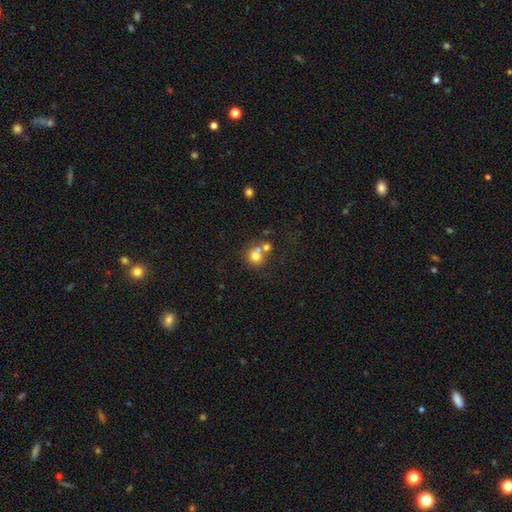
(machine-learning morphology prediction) A smooth galaxy with no disk features (73%) that is round (86%). Merging: none (46%).